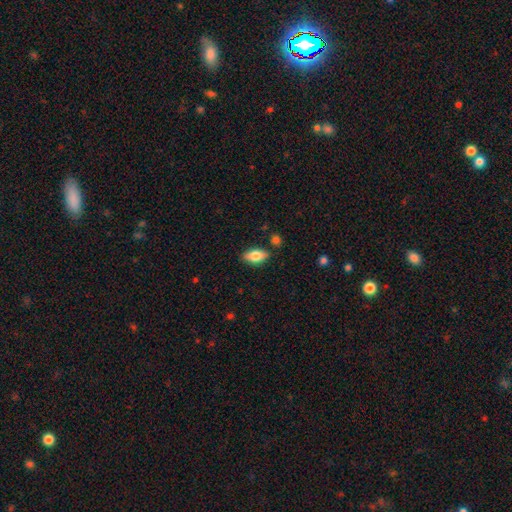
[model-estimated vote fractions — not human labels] smooth_or_featured: smooth (p=0.77) [alt: featured or disk p=0.16]
how_rounded: in between (p=0.88) [alt: cigar-shaped p=0.08]
merging: none (p=0.84) [alt: minor disturbance p=0.11]